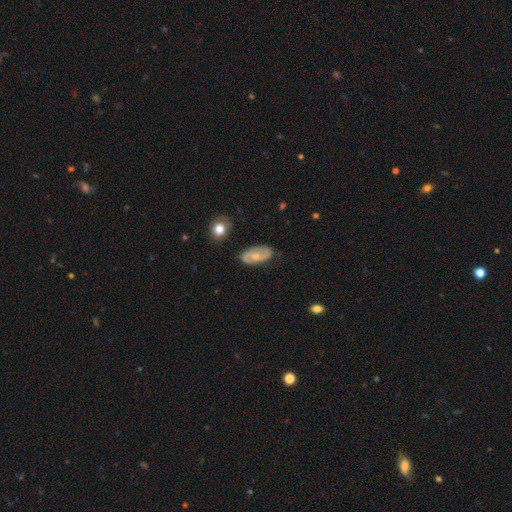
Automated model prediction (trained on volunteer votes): A featured or disk galaxy (55%) with no bar (48%), spiral arms (80%) and a small central bulge (45%, tied with moderate).

Vote fractions:
- Smooth or featured? featured or disk: 55% / smooth: 38% / star or artifact: 7%
- Edge-on disk? no: 93% / yes: 7%
- Bar? no: 48% / weak: 41% / strong: 11%
- Spiral arms? yes: 80% / no: 20%
- Bulge size? small: 45% (tied) / moderate: 45% (tied) / none: 6% / large: 3% / dominant: 1%
- Merging? none: 80% / minor disturbance: 15% / major disturbance: 3% / merger: 2%